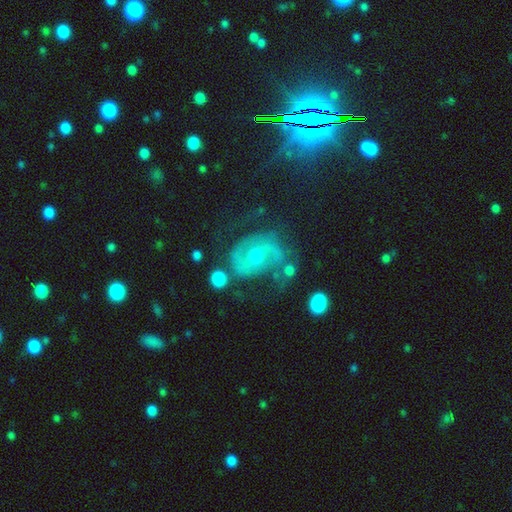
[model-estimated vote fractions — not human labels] A featured or disk galaxy (76%) with no bar (44%), 2 (77%) medium (47%) spiral arms (87%) and a moderate central bulge (57%).

Vote fractions:
- Smooth or featured? featured or disk: 76% / smooth: 12% / star or artifact: 11%
- Edge-on disk? no: 97% / yes: 3%
- Bar? no: 44% / weak: 37% / strong: 19%
- Spiral arms? yes: 87% / no: 13%
- Spiral winding? medium: 47% / tight: 27% / loose: 25%
- Spiral arm count? 2: 77% / can't tell: 11% / 1: 5% / 3: 4% / 4: 2% / more than 4: 2%
- Bulge size? moderate: 57% / small: 39% / large: 2% / none: 1% / dominant: 1%
- Merging? none: 56% / minor disturbance: 21% / major disturbance: 17% / merger: 5%